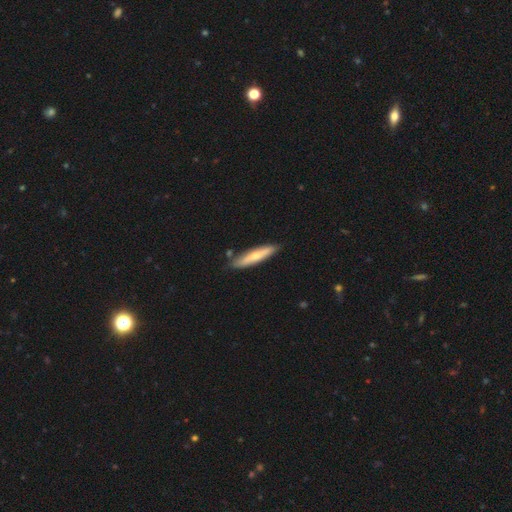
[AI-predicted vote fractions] This is possibly a smooth galaxy (53%). How rounded: clearly cigar-shaped (85%). Merging: clearly none (82%).